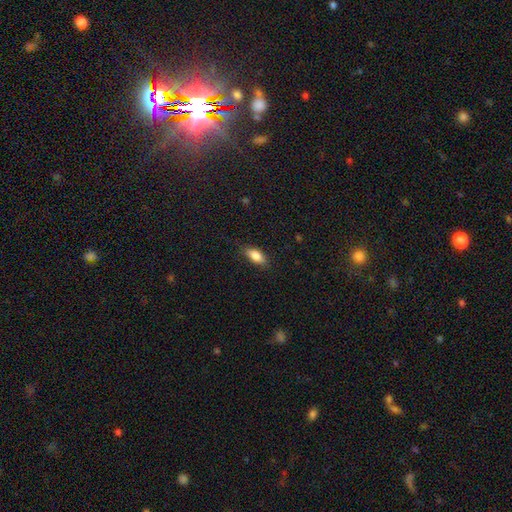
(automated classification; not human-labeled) Q: Smooth or featured?
A: smooth (83%); runner-up: featured or disk (10%)
Q: How rounded?
A: in between (81%); runner-up: cigar-shaped (16%)
Q: Merging?
A: none (83%); runner-up: minor disturbance (13%)